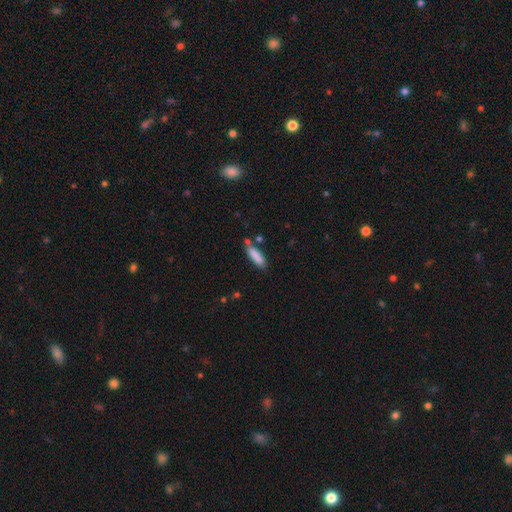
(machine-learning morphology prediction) smooth_or_featured: smooth (p=0.85) [alt: featured or disk p=0.08]
how_rounded: cigar-shaped (p=0.64) [alt: in between p=0.35]
merging: none (p=0.69) [alt: minor disturbance p=0.18]